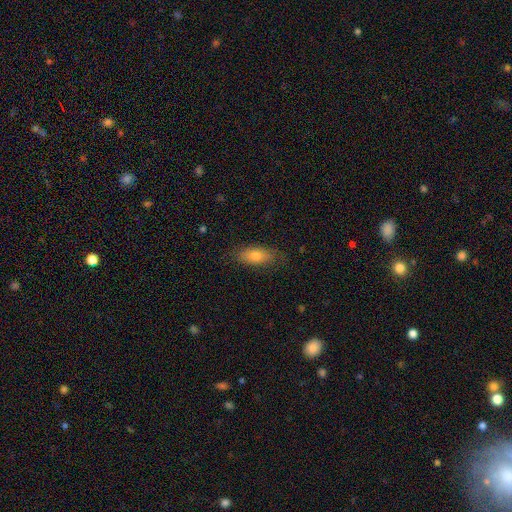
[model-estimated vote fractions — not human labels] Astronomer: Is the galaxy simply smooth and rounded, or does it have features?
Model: smooth — 73%.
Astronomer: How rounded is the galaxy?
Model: in between — 79%.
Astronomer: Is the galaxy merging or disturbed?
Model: none — 80%.